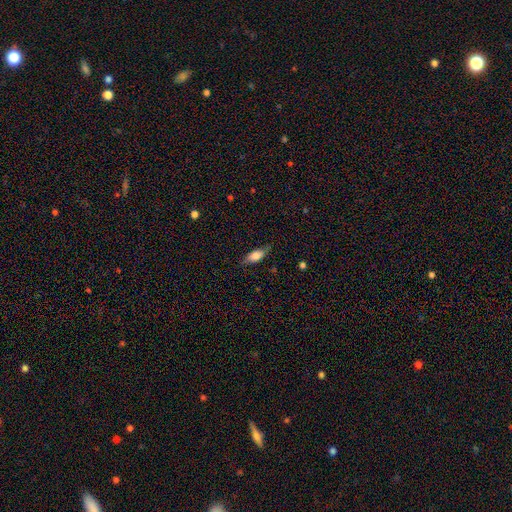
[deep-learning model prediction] A smooth galaxy with no disk features (71%) that is in between round and cigar-shaped (76%).

Vote fractions:
- Smooth or featured? smooth: 71% / featured or disk: 22% / star or artifact: 7%
- How rounded? in between: 76% / cigar-shaped: 21% / round: 4%
- Merging? none: 73% / minor disturbance: 21% / major disturbance: 5% / merger: 1%